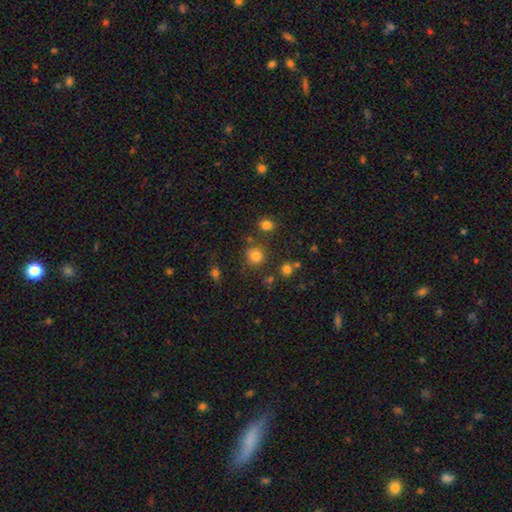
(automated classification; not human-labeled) A smooth galaxy with no disk features (79%) that is round (90%). Merging: none (80%).